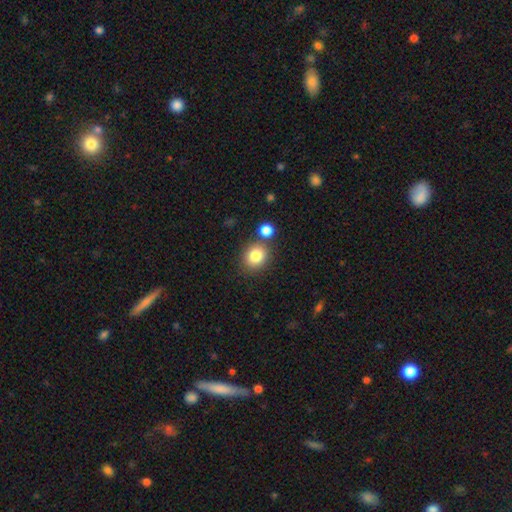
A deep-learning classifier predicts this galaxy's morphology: Smooth or featured?
  - smooth: 83% *
  - star or artifact: 10%
  - featured or disk: 7%
How rounded?
  - round: 72% *
  - in between: 27%
  - cigar-shaped: 1%
Merging?
  - none: 74% *
  - merger: 13%
  - minor disturbance: 10%
  - major disturbance: 3%